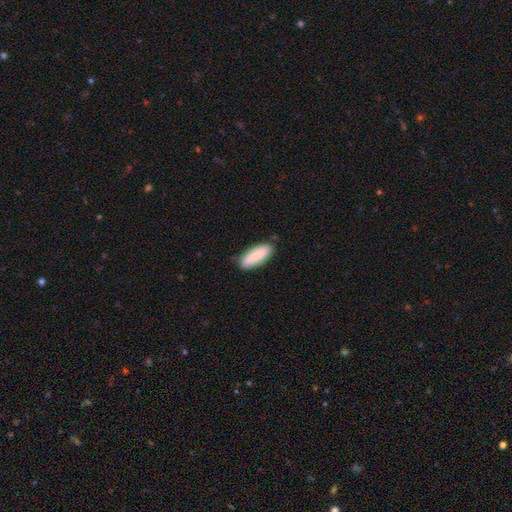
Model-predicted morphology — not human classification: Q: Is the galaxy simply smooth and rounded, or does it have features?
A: smooth — 82%.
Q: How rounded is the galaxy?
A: in between — 75%.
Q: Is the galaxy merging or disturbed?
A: none — 83%.